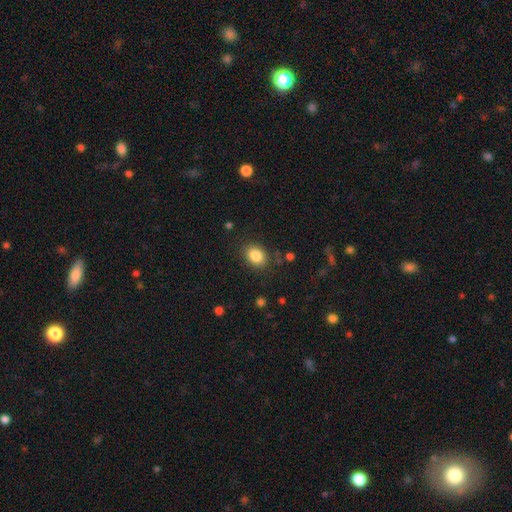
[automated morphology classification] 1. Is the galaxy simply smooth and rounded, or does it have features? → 85% smooth, 9% star or artifact, 5% featured or disk.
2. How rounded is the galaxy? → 56% in between, 43% round, 1% cigar-shaped.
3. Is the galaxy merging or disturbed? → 85% none, 10% minor disturbance, 3% major disturbance, 2% merger.